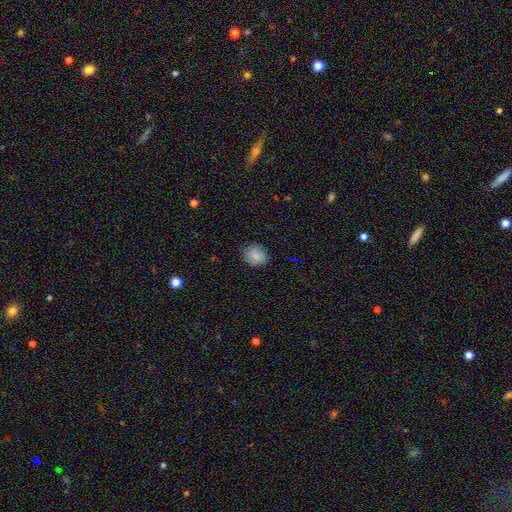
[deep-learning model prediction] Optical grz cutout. It shows a smooth galaxy with no disk features (84%) that is round (75%). Merging: none (81%).